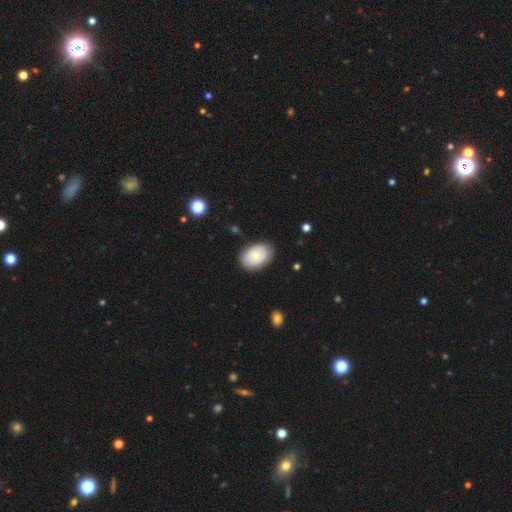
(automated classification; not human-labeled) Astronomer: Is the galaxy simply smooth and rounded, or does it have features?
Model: smooth — 50% (runner-up: featured or disk, 44%).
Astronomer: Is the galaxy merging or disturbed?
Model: none — 80%.